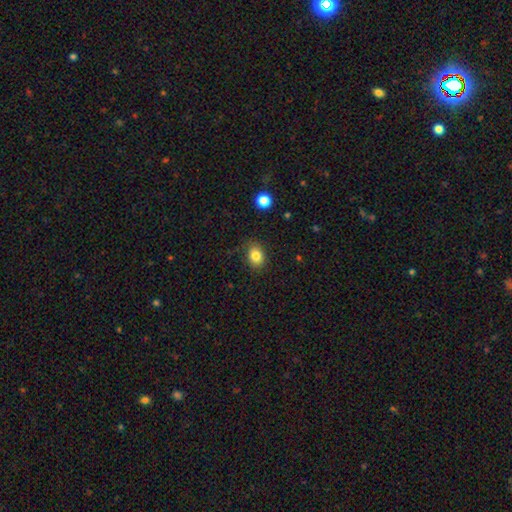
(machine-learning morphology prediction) Smooth or featured: smooth — 83% (star or artifact — 10%)
How rounded: in between — 59% (round — 40%)
Merging: none — 80% (minor disturbance — 15%)